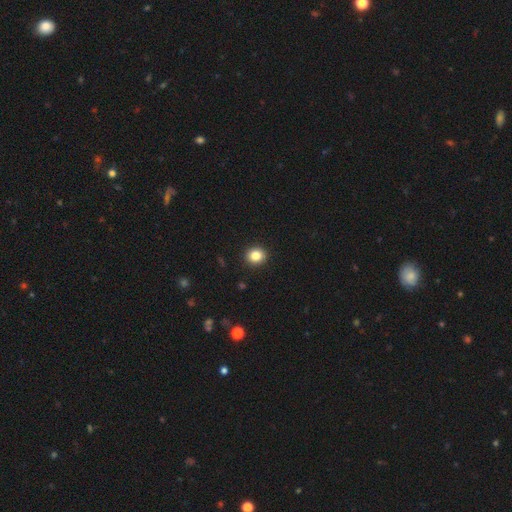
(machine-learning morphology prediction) A smooth galaxy with no disk features (84%) that is round (77%).

Vote fractions:
- Smooth or featured? smooth: 84% / star or artifact: 10% / featured or disk: 5%
- How rounded? round: 77% / in between: 22% / cigar-shaped: 1%
- Merging? none: 92% / minor disturbance: 5% / major disturbance: 2% / merger: 1%